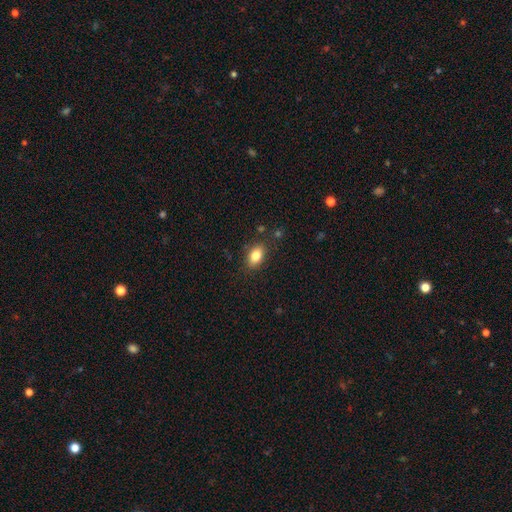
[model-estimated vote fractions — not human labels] Overall: smooth (82%). How rounded: in between (86%). Merging: none (84%).